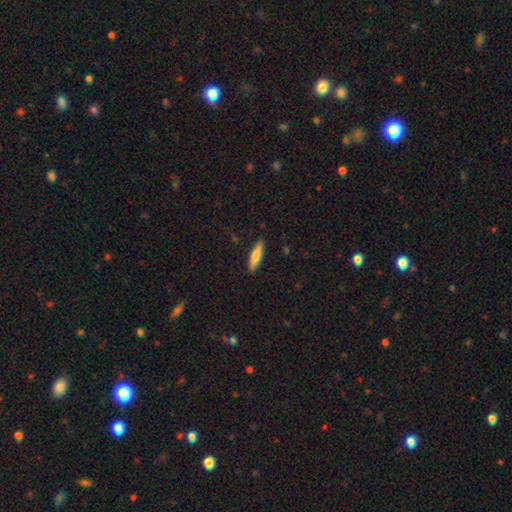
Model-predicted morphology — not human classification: smooth 73%, featured or disk 21%, star or artifact 6%. Down the decision tree: how rounded — cigar-shaped (77%); merging — none (88%).